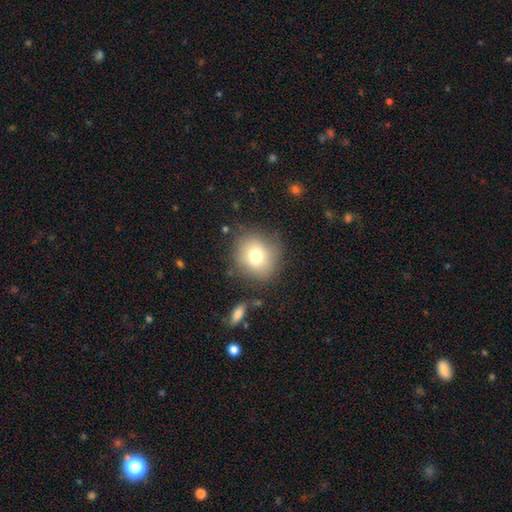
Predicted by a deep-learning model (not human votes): The model was most divided on "how rounded": round: 80%, in between: 19%, cigar-shaped: 1%. More confident: merging — none (80%); smooth or featured — smooth (75%).